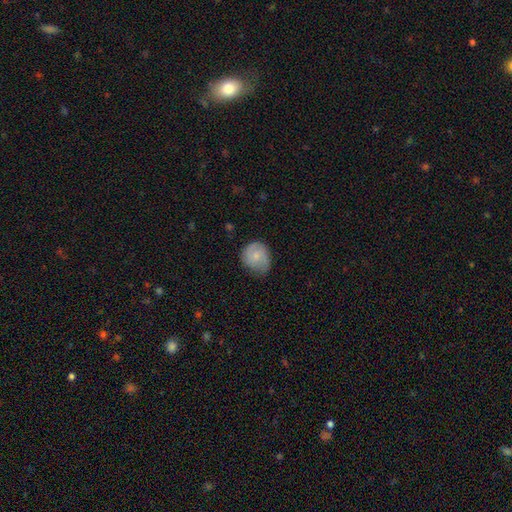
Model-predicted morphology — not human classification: This is likely a smooth galaxy (65%). How rounded: likely round (73%). Merging: possibly none (60%).